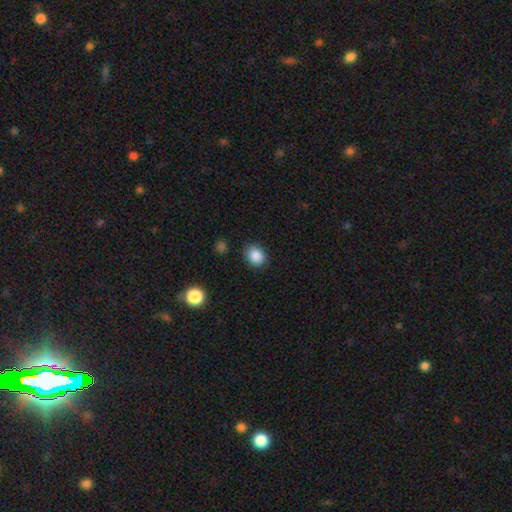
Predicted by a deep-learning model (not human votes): Q: Smooth or featured?
A: smooth (88%); runner-up: star or artifact (9%)
Q: How rounded?
A: round (60%); runner-up: in between (39%)
Q: Merging?
A: none (85%); runner-up: minor disturbance (10%)